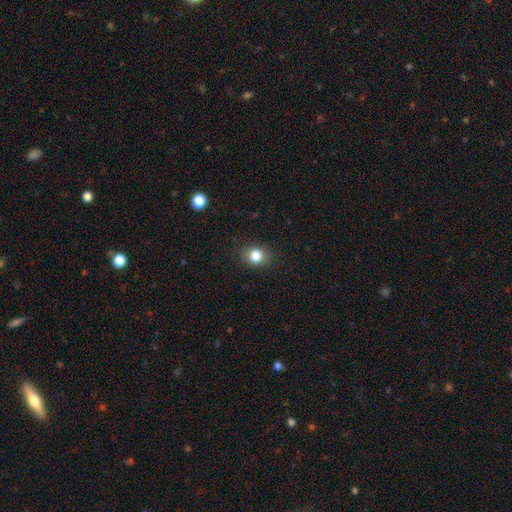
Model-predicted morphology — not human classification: Smooth or featured: smooth — 82% (star or artifact — 11%)
How rounded: round — 68% (in between — 31%)
Merging: none — 87% (minor disturbance — 9%)